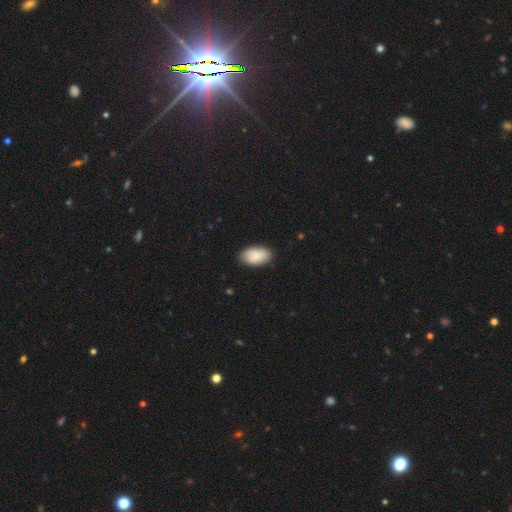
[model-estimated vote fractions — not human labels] This appears to be a smooth galaxy with no disk features (88%) that is in between round and cigar-shaped (95%). Merging: none (86%).